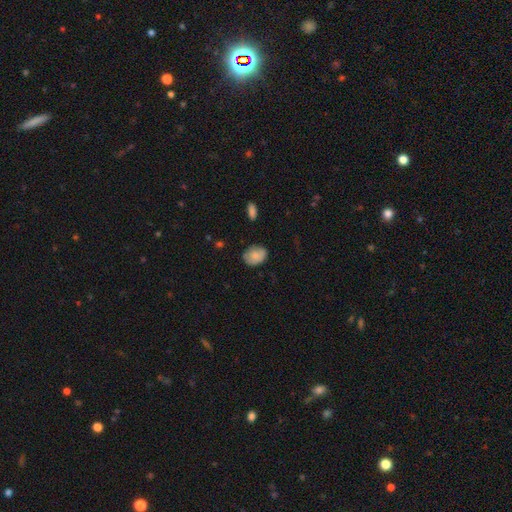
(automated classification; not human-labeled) Smooth or featured? smooth (81%)
How rounded? in between (67%)
Merging? none (75%)